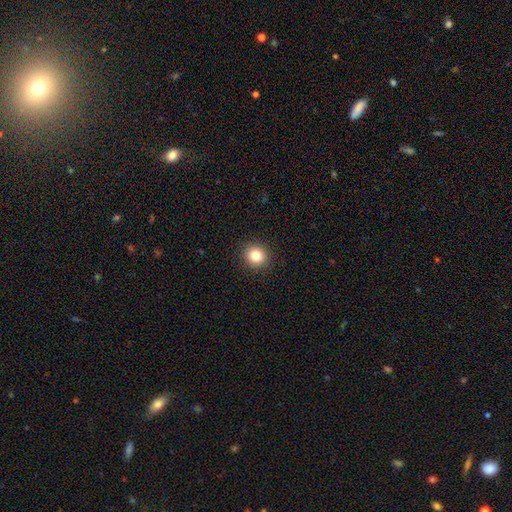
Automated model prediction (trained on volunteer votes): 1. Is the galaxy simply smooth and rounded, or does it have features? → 83% smooth, 11% star or artifact, 6% featured or disk.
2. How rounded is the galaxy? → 89% round, 10% in between, 1% cigar-shaped.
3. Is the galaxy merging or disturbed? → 92% none, 5% minor disturbance, 2% major disturbance, 1% merger.